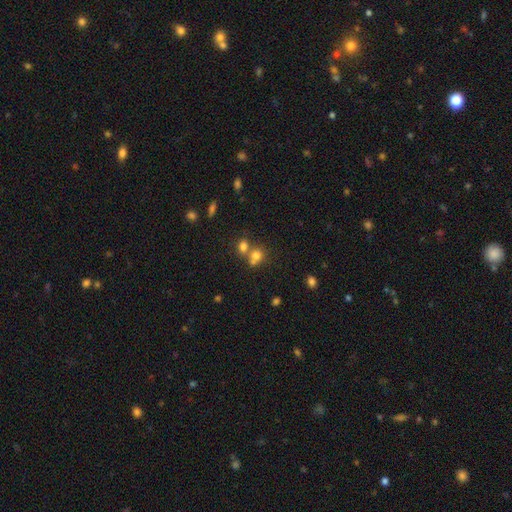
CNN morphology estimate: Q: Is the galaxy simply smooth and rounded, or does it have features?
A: smooth — 73%.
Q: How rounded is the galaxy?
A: round — 75%.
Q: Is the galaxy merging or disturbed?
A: merger — 51%.